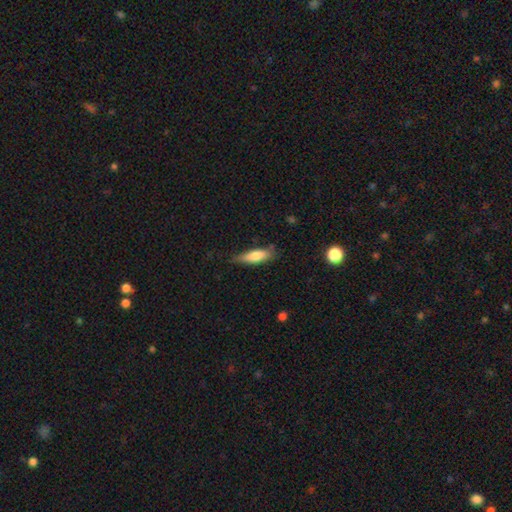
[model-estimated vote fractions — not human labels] The model was most divided on "how rounded": cigar-shaped: 57%, in between: 42%, round: 2%. More confident: smooth or featured — smooth (72%); merging — none (68%).